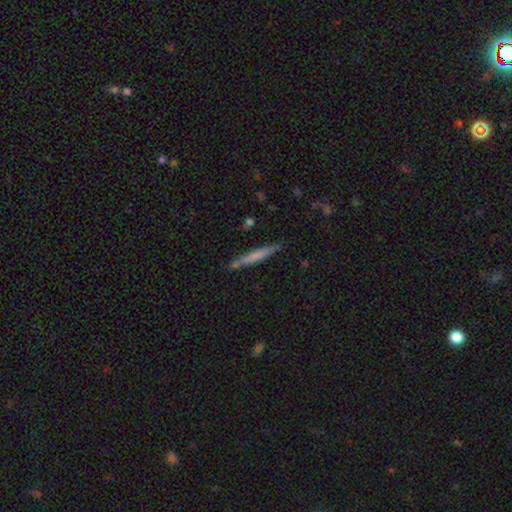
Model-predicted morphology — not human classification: smooth_or_featured: smooth (p=0.62) [alt: featured or disk p=0.32]
how_rounded: cigar-shaped (p=0.95) [alt: in between p=0.03]
merging: none (p=0.83) [alt: minor disturbance p=0.12]